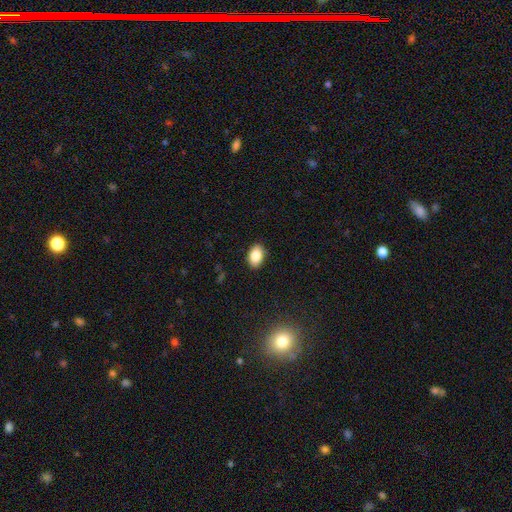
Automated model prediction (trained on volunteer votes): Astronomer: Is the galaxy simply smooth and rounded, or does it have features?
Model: smooth — 86%.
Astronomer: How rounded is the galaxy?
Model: in between — 88%.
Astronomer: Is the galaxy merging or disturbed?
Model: none — 89%.